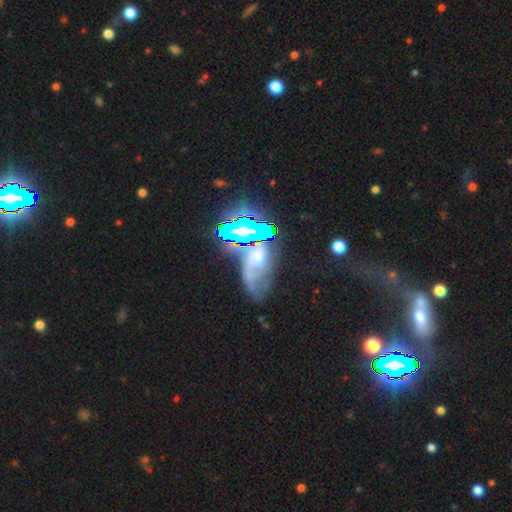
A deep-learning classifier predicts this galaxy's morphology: This appears to be a star or artifact, not a galaxy (55%).